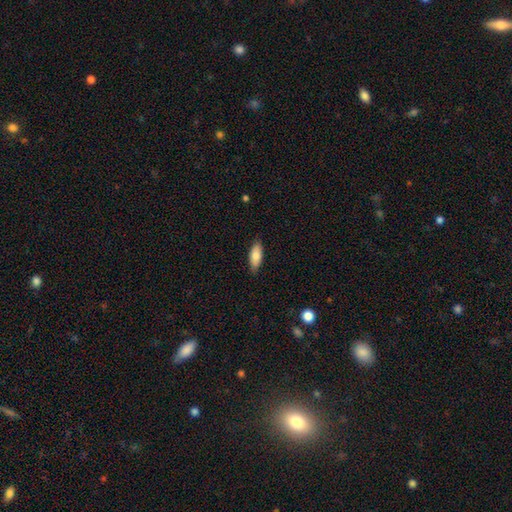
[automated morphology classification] Smooth or featured? smooth (82%)
How rounded? in between (79%)
Merging? none (85%)